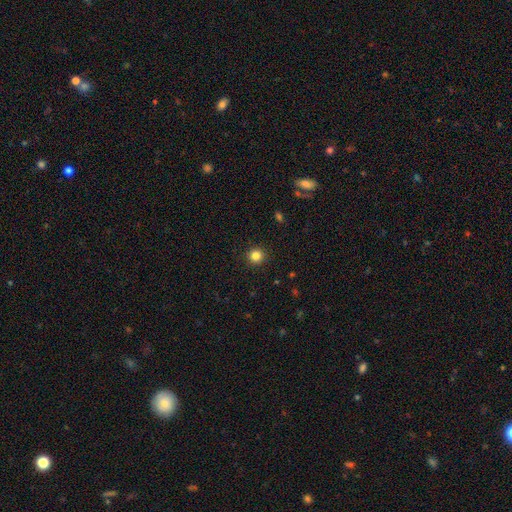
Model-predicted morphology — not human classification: Smooth or featured? smooth (83%)
How rounded? round (95%)
Merging? none (92%)